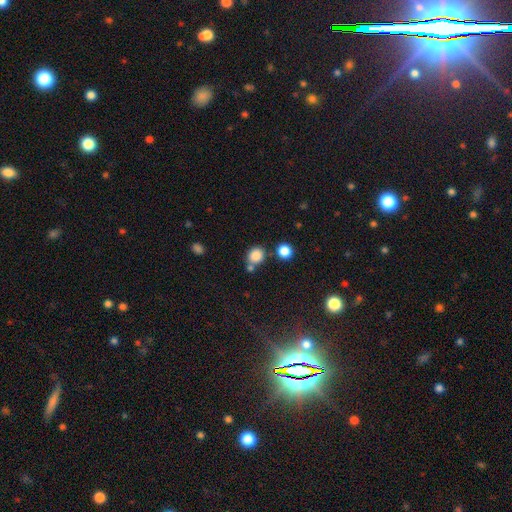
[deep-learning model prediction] This is clearly a smooth galaxy (84%). How rounded: likely round (76%). Merging: likely none (65%).